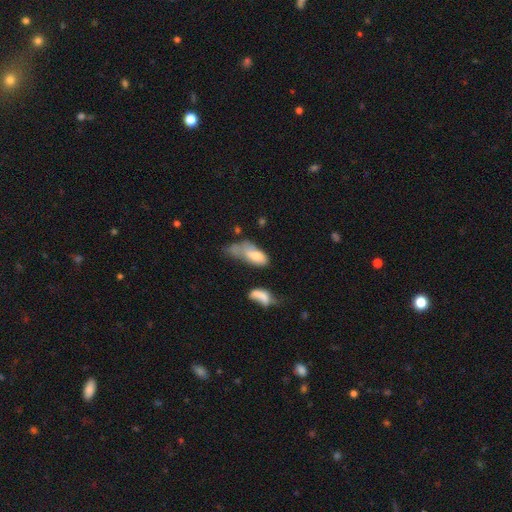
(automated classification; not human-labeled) This appears to be a smooth galaxy with no disk features (64%) that is in between round and cigar-shaped (82%). Merging: major disturbance (42%).